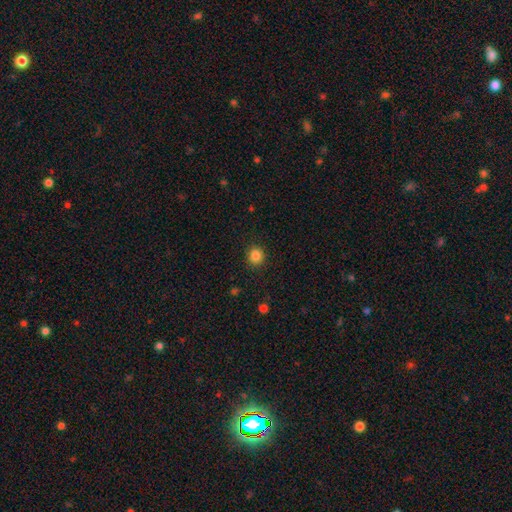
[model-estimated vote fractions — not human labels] The model was most divided on "smooth or featured": smooth: 85%, star or artifact: 11%, featured or disk: 4%. More confident: merging — none (91%); how rounded — round (90%).